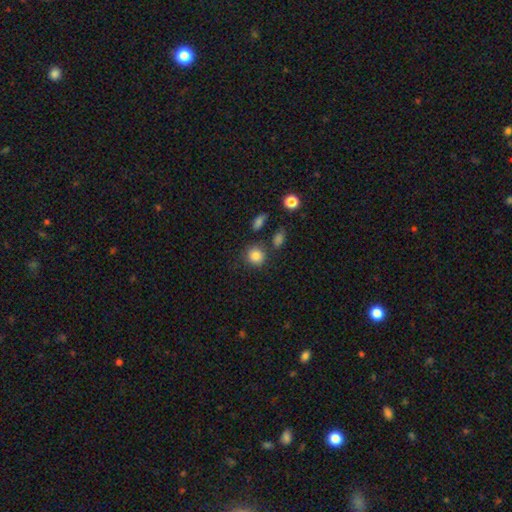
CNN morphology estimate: This is clearly a smooth galaxy (84%). How rounded: clearly round (87%). Merging: likely none (78%).